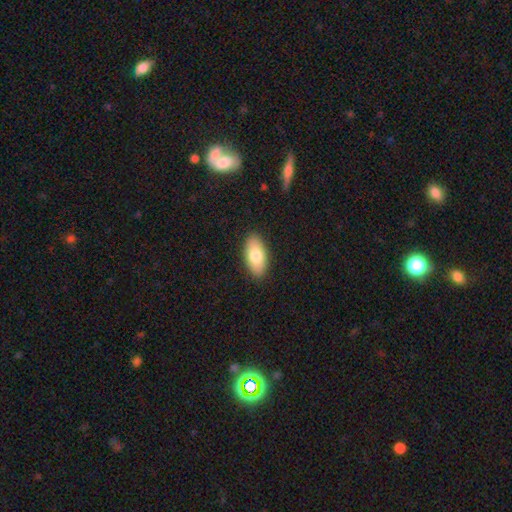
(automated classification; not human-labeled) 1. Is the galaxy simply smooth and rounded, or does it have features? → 78% smooth, 15% featured or disk, 6% star or artifact.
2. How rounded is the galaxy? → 91% in between, 6% cigar-shaped, 3% round.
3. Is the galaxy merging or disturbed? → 89% none, 8% minor disturbance, 2% major disturbance, 1% merger.